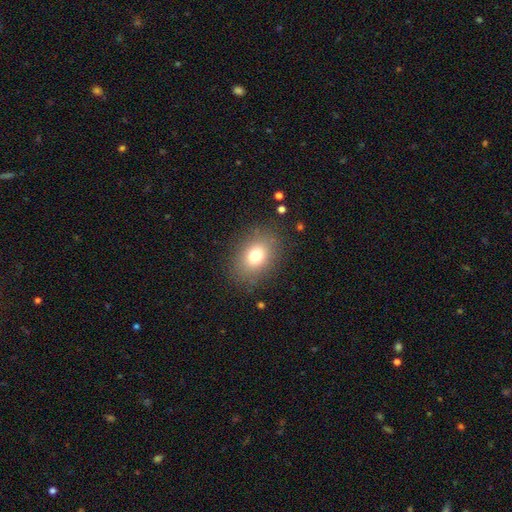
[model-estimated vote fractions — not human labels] Smooth or featured? Predicted: smooth (p=0.76). How rounded? Predicted: in between (p=0.67). Merging? Predicted: none (p=0.84).